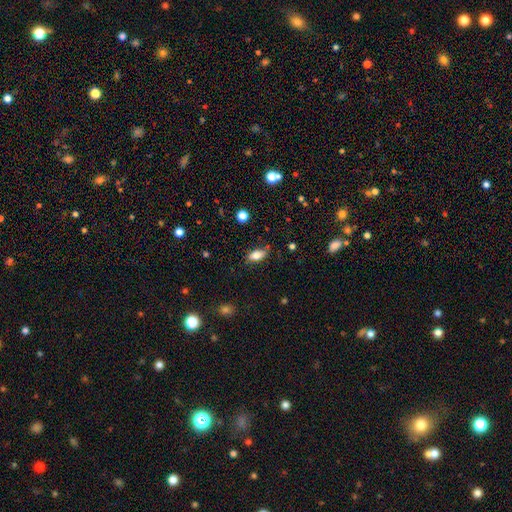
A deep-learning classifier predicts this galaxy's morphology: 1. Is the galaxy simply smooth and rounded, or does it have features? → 75% smooth, 16% featured or disk, 9% star or artifact.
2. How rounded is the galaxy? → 86% in between, 9% cigar-shaped, 5% round.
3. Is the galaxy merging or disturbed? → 78% none, 17% minor disturbance, 4% major disturbance, 2% merger.